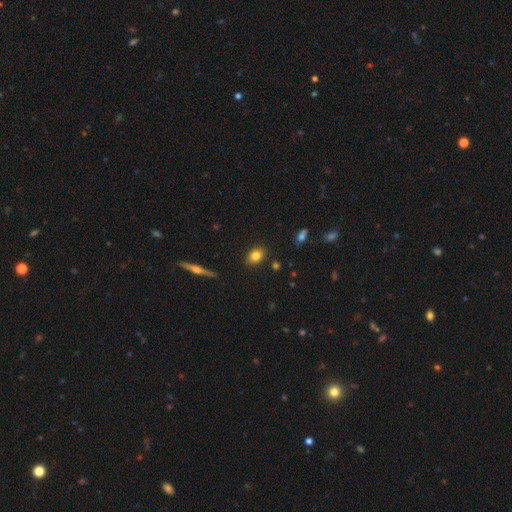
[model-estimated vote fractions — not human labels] A smooth galaxy with no disk features (80%) that is in between round and cigar-shaped (72%). Merging: none (87%).